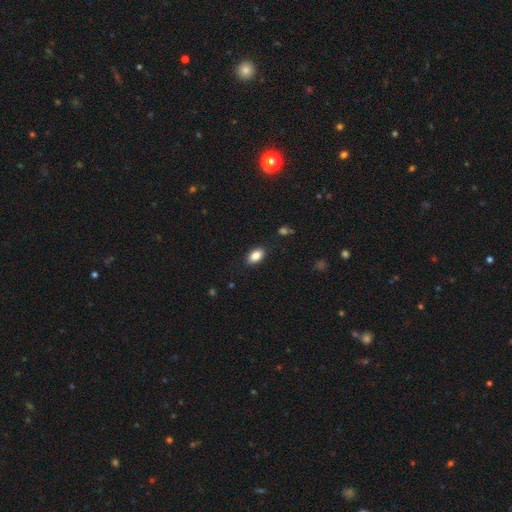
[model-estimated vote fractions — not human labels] Smooth or featured? smooth (86%)
How rounded? in between (90%)
Merging? none (87%)